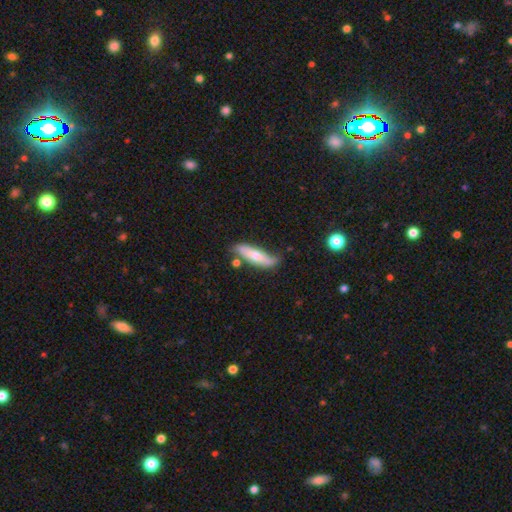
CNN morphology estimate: This appears to be a smooth galaxy with no disk features (58%) that is cigar-shaped (61%). Merging: none (58%).